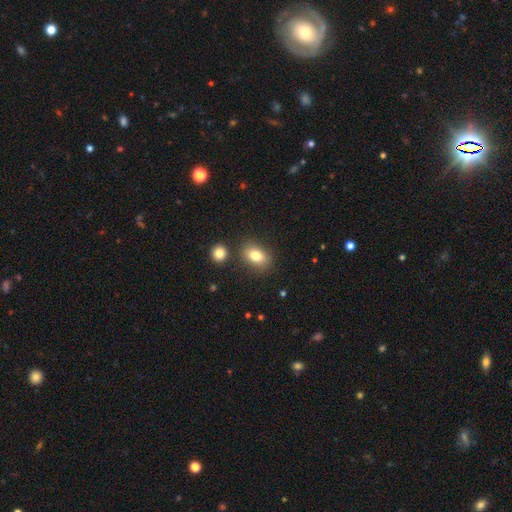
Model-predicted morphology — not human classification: A smooth galaxy with no disk features (81%) that is in between round and cigar-shaped (82%). Merging: none (79%).